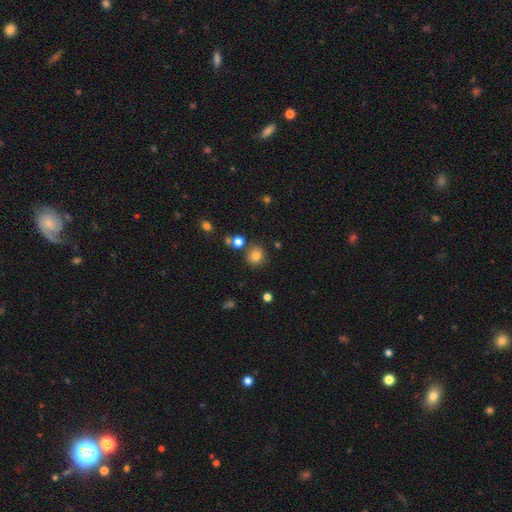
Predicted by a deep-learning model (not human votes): Smooth or featured: smooth — 80% (star or artifact — 13%)
How rounded: round — 91% (in between — 8%)
Merging: none — 81% (minor disturbance — 9%)